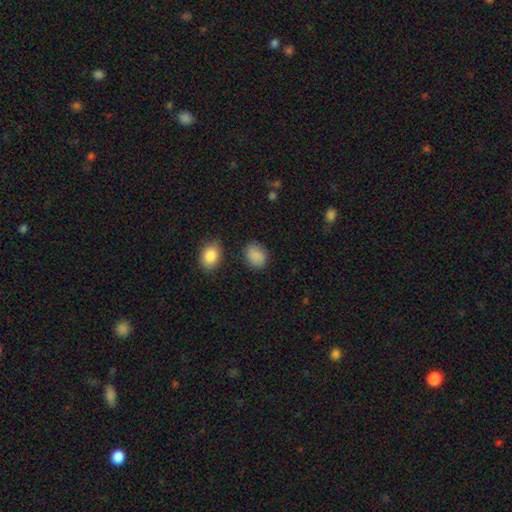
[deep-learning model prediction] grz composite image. It shows a smooth galaxy with no disk features (86%) that is in between round and cigar-shaped (63%). Merging: none (77%).